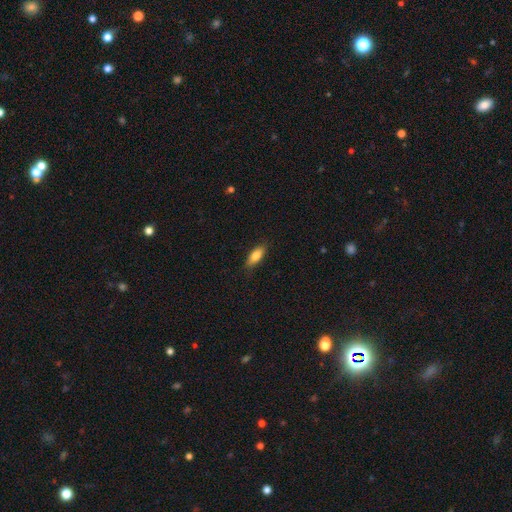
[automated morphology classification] This appears to be a smooth galaxy with no disk features (80%) that is in between round and cigar-shaped (70%). Merging: none (84%).